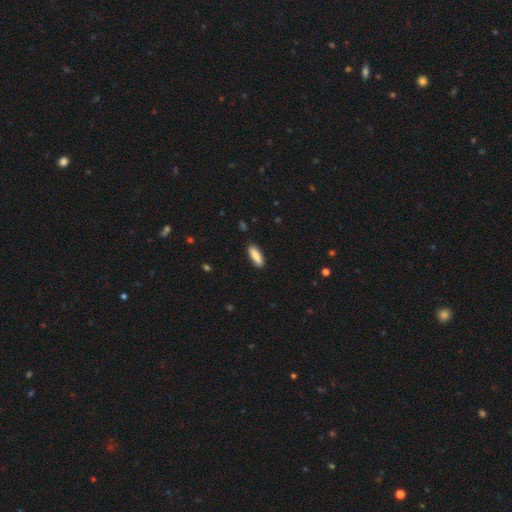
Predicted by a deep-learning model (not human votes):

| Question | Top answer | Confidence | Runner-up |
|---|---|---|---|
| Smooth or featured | smooth | 83% | featured or disk (11%) |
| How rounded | in between | 56% | cigar-shaped (42%) |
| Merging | none | 88% | minor disturbance (9%) |